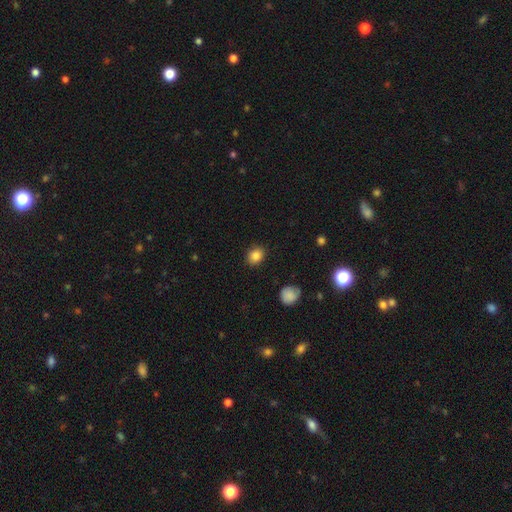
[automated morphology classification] smooth-or-featured: smooth: 85% | star or artifact: 10% | featured or disk: 5%
  how-rounded: round: 61% | in between: 38% | cigar-shaped: 1%
  merging: none: 88% | minor disturbance: 9% | major disturbance: 2% | merger: 1%